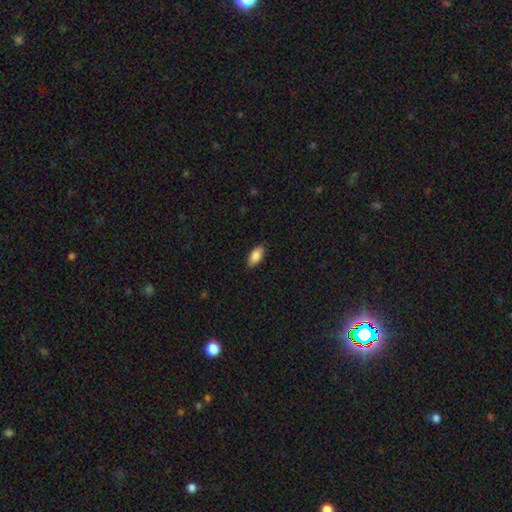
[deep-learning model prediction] This appears to be a smooth galaxy with no disk features (86%) that is in between round and cigar-shaped (91%). Merging: none (87%).